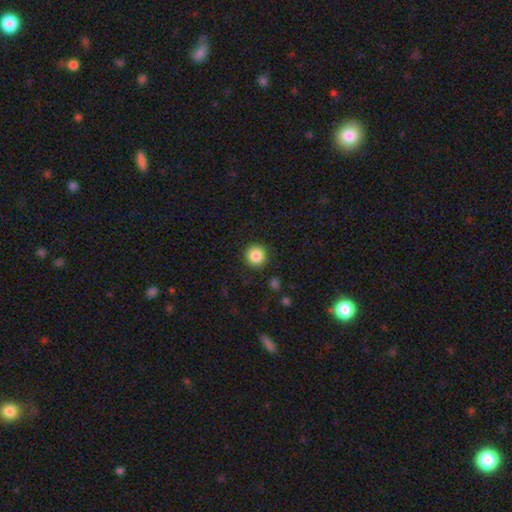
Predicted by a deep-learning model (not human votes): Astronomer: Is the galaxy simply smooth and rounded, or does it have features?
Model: smooth — 86%.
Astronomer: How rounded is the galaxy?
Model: round — 94%.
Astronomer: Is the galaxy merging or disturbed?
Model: none — 91%.